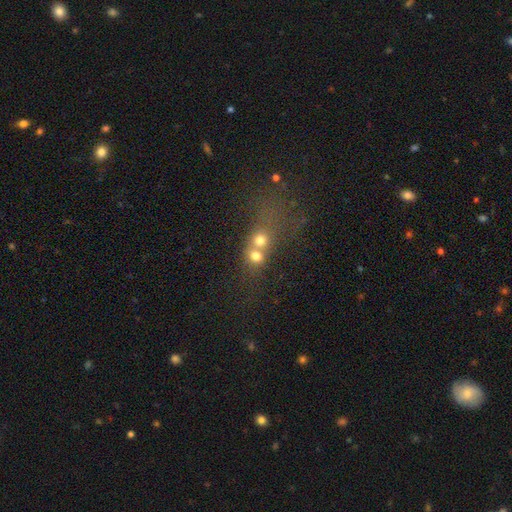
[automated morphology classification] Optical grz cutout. It shows a smooth galaxy with no disk features (67%) that is round (72%). Merging: merger (68%).